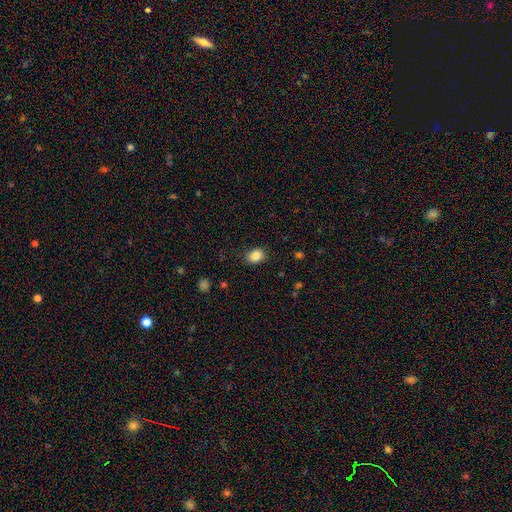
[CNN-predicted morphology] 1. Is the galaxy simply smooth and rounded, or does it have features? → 86% smooth, 10% star or artifact, 4% featured or disk.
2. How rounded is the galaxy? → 56% in between, 43% round, 1% cigar-shaped.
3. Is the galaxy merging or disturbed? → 83% none, 13% minor disturbance, 3% major disturbance, 1% merger.